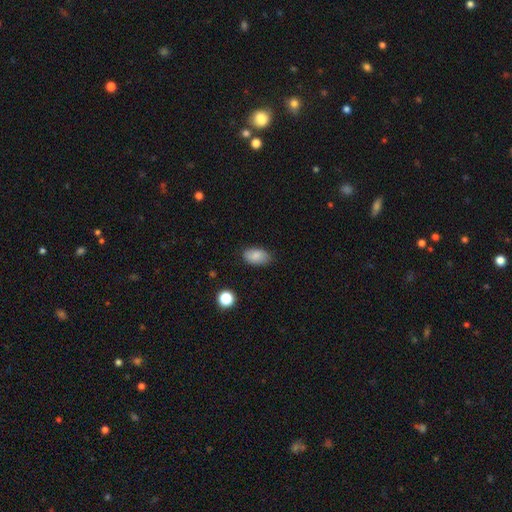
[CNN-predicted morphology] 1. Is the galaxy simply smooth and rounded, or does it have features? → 83% smooth, 9% featured or disk, 8% star or artifact.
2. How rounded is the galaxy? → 92% in between, 6% round, 2% cigar-shaped.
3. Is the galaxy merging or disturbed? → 80% none, 16% minor disturbance, 3% major disturbance, 1% merger.